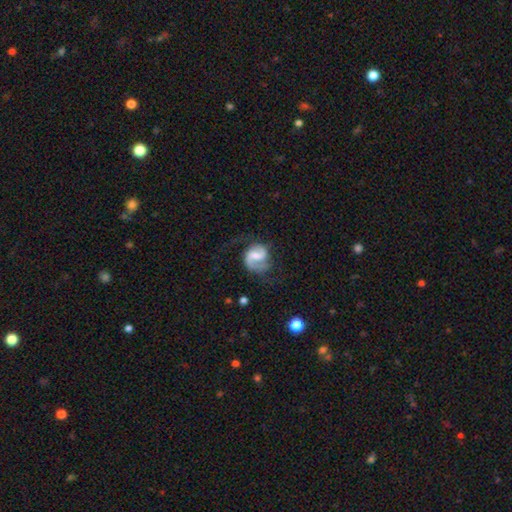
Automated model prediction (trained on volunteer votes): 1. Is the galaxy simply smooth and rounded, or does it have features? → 82% featured or disk, 12% smooth, 6% star or artifact.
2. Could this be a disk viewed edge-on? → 98% no, 2% yes.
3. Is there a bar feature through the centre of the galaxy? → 54% weak, 25% no, 21% strong.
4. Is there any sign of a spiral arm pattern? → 96% yes, 4% no.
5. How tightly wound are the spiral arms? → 50% medium, 29% loose, 20% tight.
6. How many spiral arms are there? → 78% 2, 15% 1, 4% can't tell, 1% 3, 1% 4, 1% more than 4.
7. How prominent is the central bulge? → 38% moderate, 35% small, 19% none, 7% large, 1% dominant.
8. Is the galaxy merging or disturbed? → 60% none, 21% minor disturbance, 17% major disturbance, 2% merger.